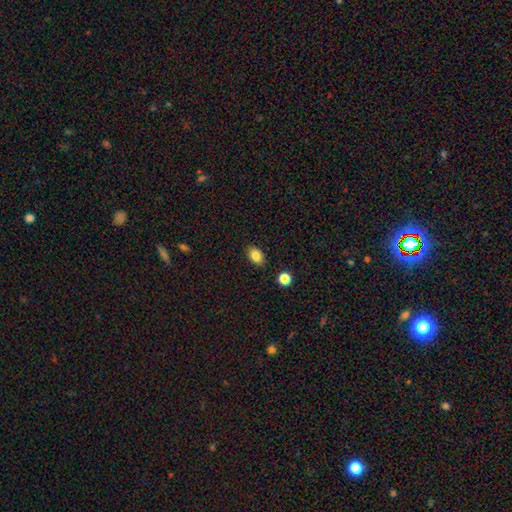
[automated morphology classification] Overall: smooth (84%). How rounded: in between (83%). Merging: none (87%).